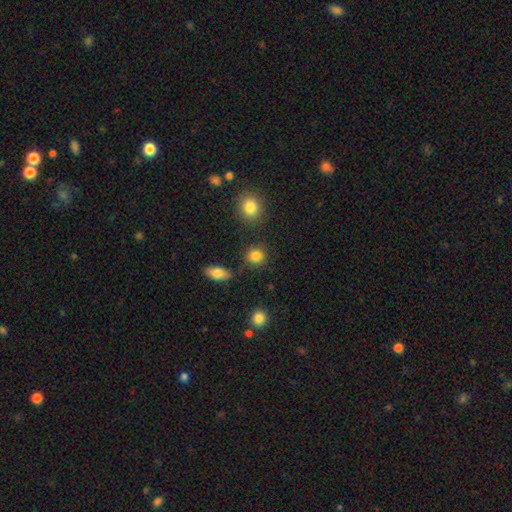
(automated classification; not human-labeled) The model was most divided on "how rounded": round: 81%, in between: 17%, cigar-shaped: 1%. More confident: smooth or featured — smooth (85%); merging — none (82%).